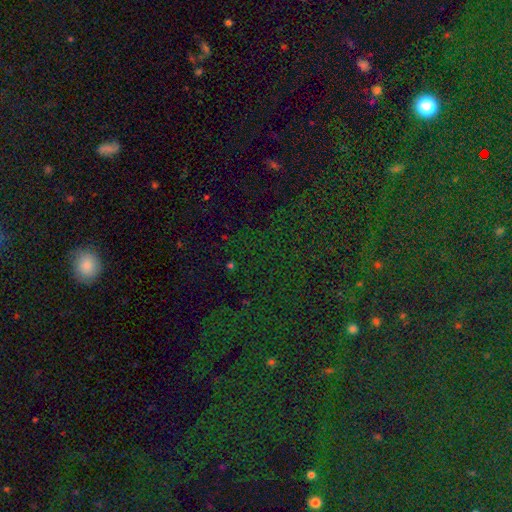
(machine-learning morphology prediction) This is likely a star or artifact rather than a galaxy (77%).